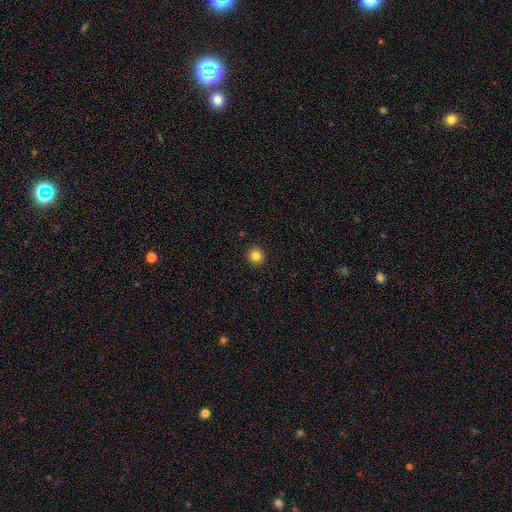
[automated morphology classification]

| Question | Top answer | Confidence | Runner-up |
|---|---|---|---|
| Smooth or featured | smooth | 84% | star or artifact (11%) |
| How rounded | round | 89% | in between (10%) |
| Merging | none | 93% | minor disturbance (5%) |